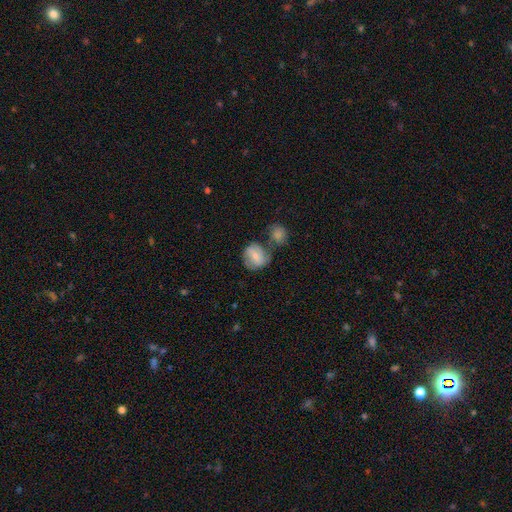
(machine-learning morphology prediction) This appears to be a smooth galaxy with no disk features (50%) that is round (71%). Merging: none (41%).